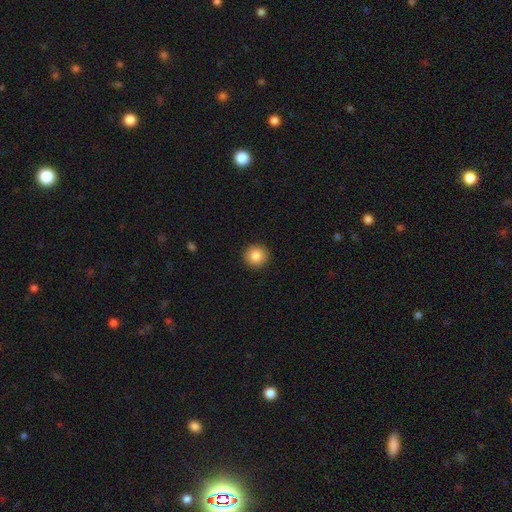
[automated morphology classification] smooth 86%, star or artifact 9%, featured or disk 5%. Down the decision tree: how rounded — round (94%); merging — none (93%).